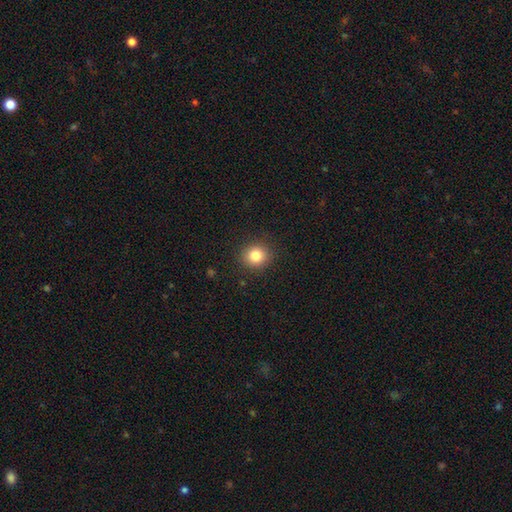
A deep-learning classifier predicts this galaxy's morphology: Q: Smooth or featured?
A: smooth (83%); runner-up: star or artifact (11%)
Q: How rounded?
A: round (86%); runner-up: in between (13%)
Q: Merging?
A: none (90%); runner-up: minor disturbance (7%)